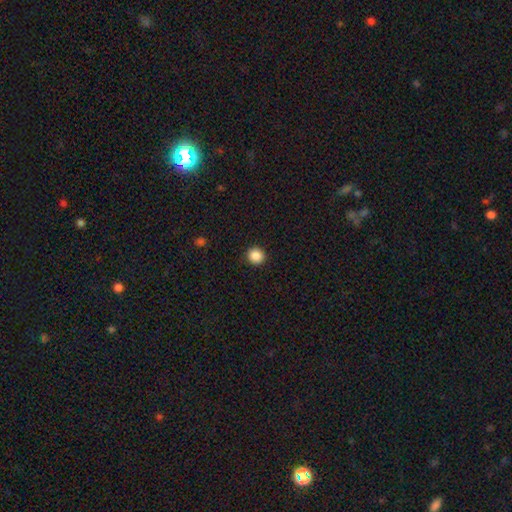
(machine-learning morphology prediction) Overall: smooth (88%). How rounded: round (91%). Merging: none (92%).